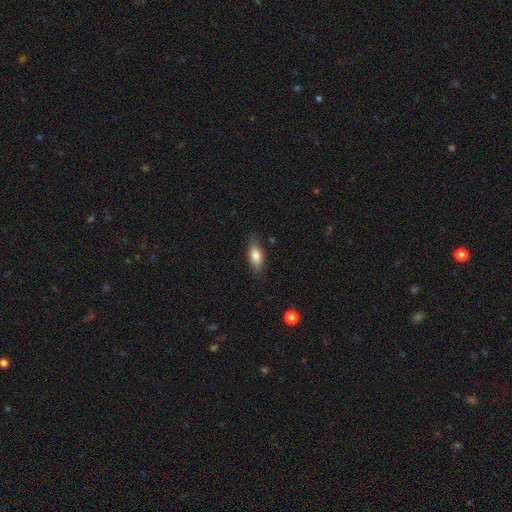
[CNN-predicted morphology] Overall: smooth (79%). How rounded: in between (79%). Merging: none (80%).